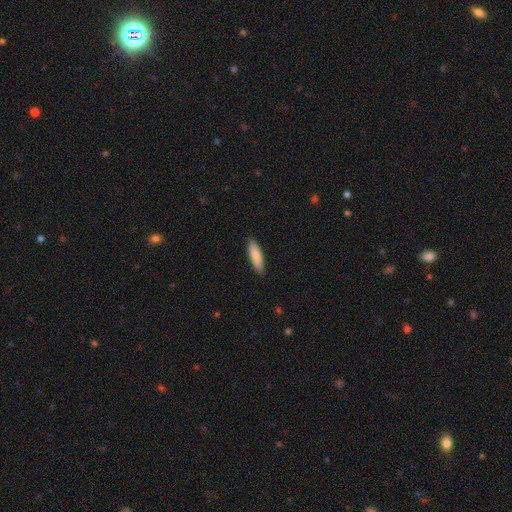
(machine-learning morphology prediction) type=smooth (85%); roundness=cigar-shaped (60%); merging=none (87%).